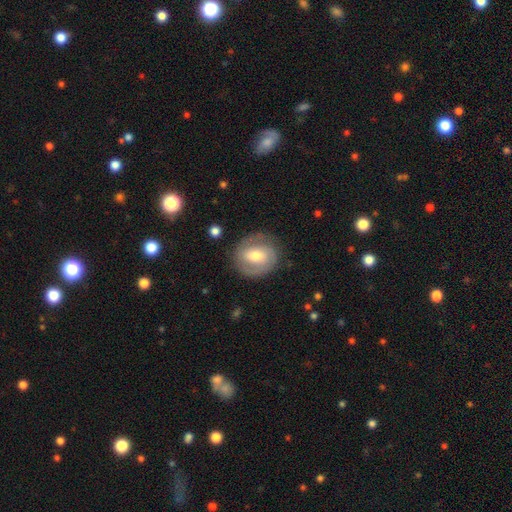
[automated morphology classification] Smooth or featured?
  - featured or disk: 67% *
  - smooth: 27%
  - star or artifact: 6%
Edge-on disk?
  - no: 97% *
  - yes: 3%
Bar?
  - weak: 45% *
  - no: 35%
  - strong: 20%
Spiral arms?
  - yes: 84% *
  - no: 16%
Spiral winding?
  - tight: 51% *
  - medium: 37%
  - loose: 12%
Spiral arm count?
  - 2: 76% *
  - can't tell: 13%
  - 1: 5%
  - 3: 4%
  - 4: 1%
  - more than 4: 1%
Bulge size?
  - moderate: 66% *
  - small: 25%
  - large: 7%
  - none: 1%
  - dominant: 1%
Merging?
  - none: 79% *
  - minor disturbance: 14%
  - major disturbance: 6%
  - merger: 1%